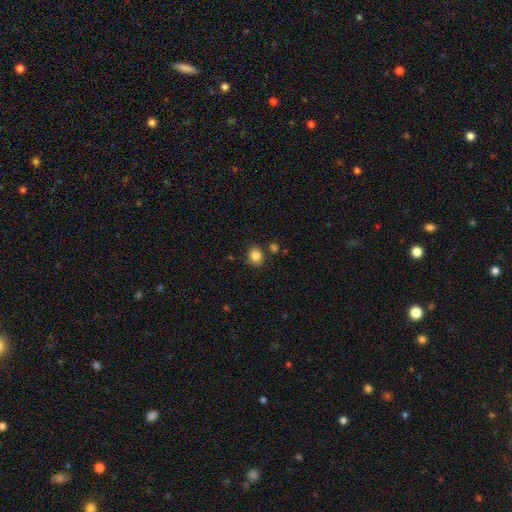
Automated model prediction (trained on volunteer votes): Q: Smooth or featured?
A: smooth (84%); runner-up: star or artifact (11%)
Q: How rounded?
A: round (76%); runner-up: in between (23%)
Q: Merging?
A: none (84%); runner-up: minor disturbance (9%)